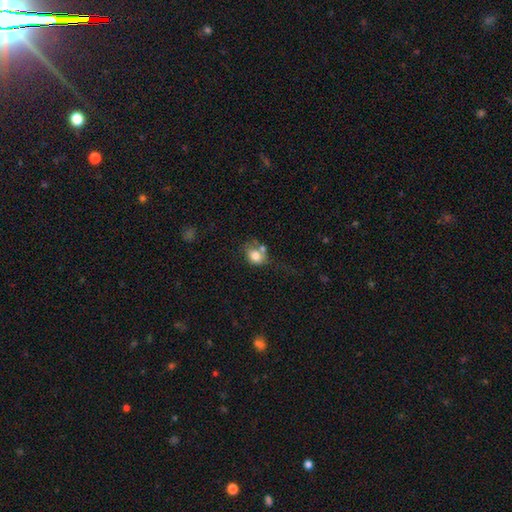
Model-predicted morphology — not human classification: Smooth or featured? smooth (76%)
How rounded? in between (52%)
Merging? none (35%)